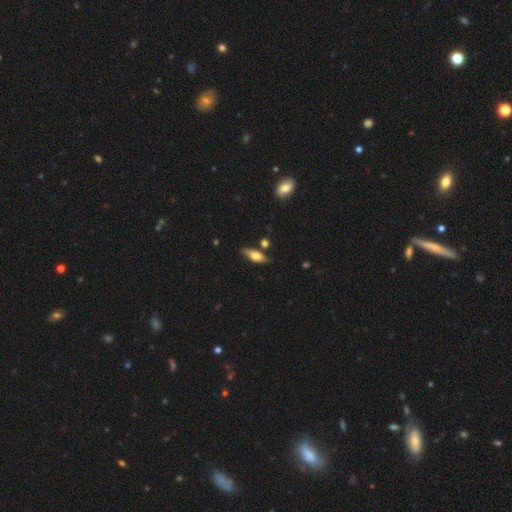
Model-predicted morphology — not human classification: smooth 66%, featured or disk 27%, star or artifact 7%. Down the decision tree: how rounded — in between (68%); merging — none (71%).